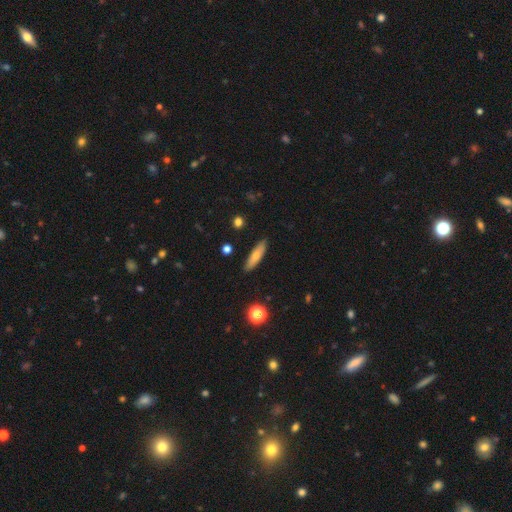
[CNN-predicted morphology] The model was most divided on "how rounded": cigar-shaped: 66%, in between: 31%, round: 2%. More confident: merging — none (88%); smooth or featured — smooth (71%).